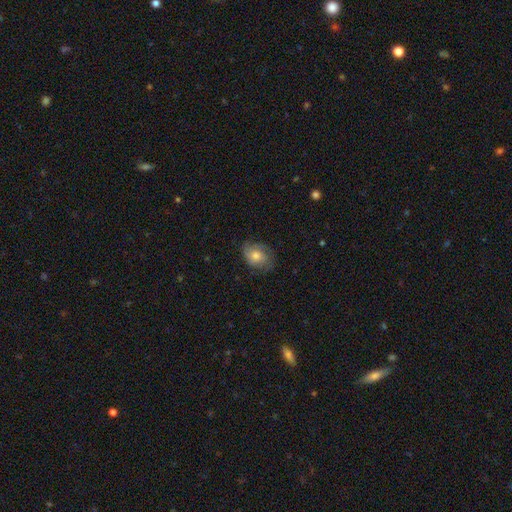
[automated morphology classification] Q: Smooth or featured?
A: smooth (48%); runner-up: featured or disk (44%)
Q: Merging?
A: none (69%); runner-up: minor disturbance (22%)